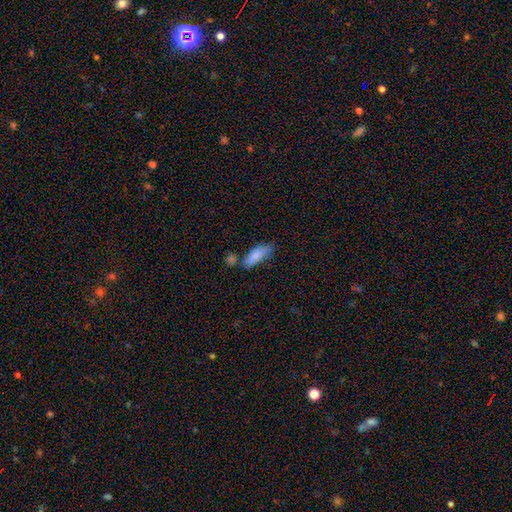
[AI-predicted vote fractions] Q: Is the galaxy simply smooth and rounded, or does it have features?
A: smooth — 82%.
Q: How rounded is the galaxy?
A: in between — 64%.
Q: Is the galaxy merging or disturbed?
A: none — 52%.